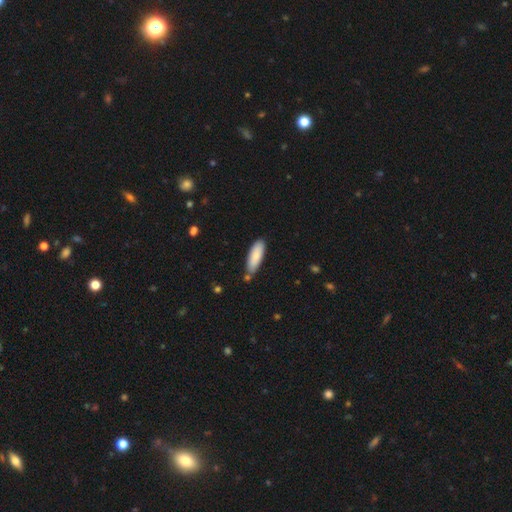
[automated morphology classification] smooth 85%, featured or disk 10%, star or artifact 6%. Down the decision tree: how rounded — in between (56%); merging — none (78%).